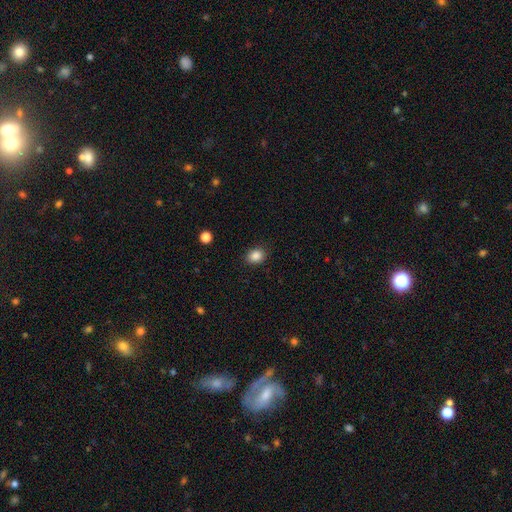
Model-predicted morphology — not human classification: Smooth or featured? smooth (87%)
How rounded? round (50%)
Merging? none (88%)